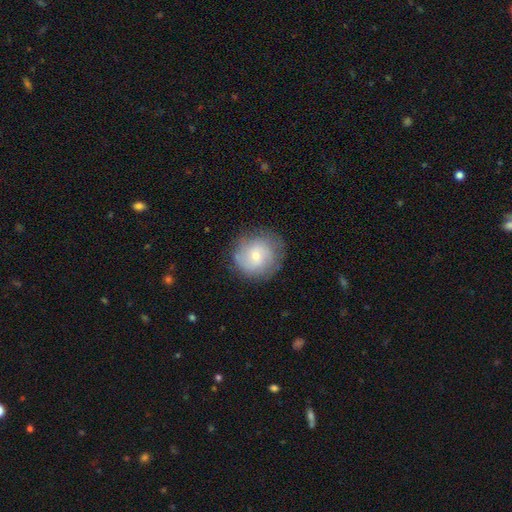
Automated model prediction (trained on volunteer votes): smooth_or_featured: smooth (p=0.51) [alt: featured or disk p=0.41]
how_rounded: round (p=0.91) [alt: in between p=0.08]
merging: none (p=0.79) [alt: minor disturbance p=0.14]